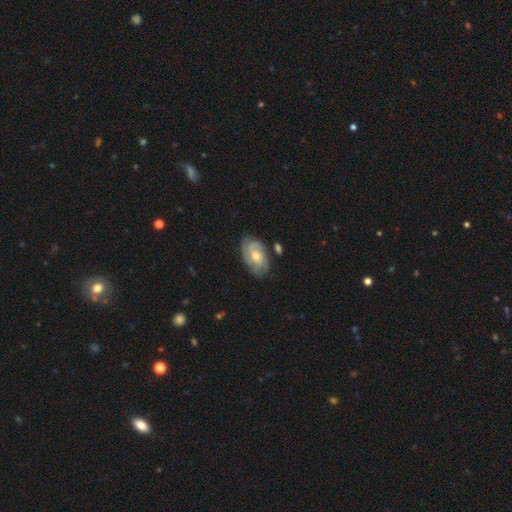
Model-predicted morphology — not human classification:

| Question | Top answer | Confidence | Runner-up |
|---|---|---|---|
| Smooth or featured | featured or disk | 75% | smooth (18%) |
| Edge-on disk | no | 96% | yes (4%) |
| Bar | no | 66% | weak (29%) |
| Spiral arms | yes | 93% | no (7%) |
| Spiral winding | tight | 63% | medium (29%) |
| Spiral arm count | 2 | 28% | tied: can't tell (28%) |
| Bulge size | moderate | 66% | small (28%) |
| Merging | none | 77% | minor disturbance (16%) |